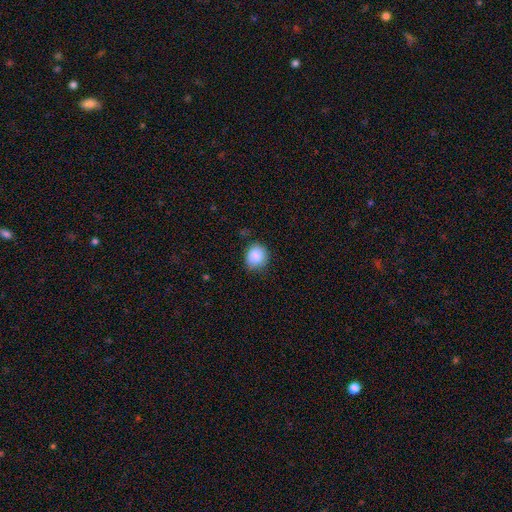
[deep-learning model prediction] A smooth galaxy with no disk features (88%) that is round (79%).

Vote fractions:
- Smooth or featured? smooth: 88% / star or artifact: 8% / featured or disk: 4%
- How rounded? round: 79% / in between: 20% / cigar-shaped: 1%
- Merging? none: 80% / minor disturbance: 16% / major disturbance: 3% / merger: 1%